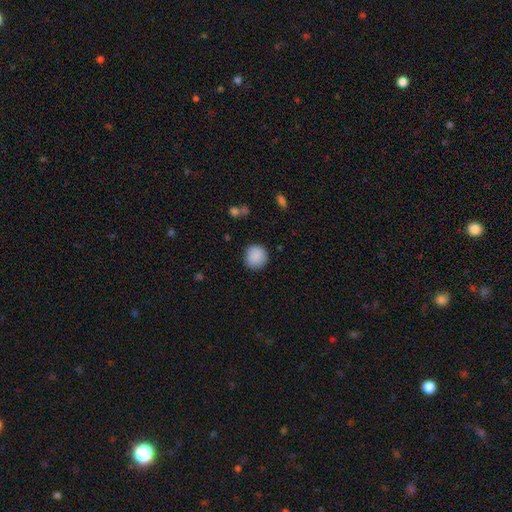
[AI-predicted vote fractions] This is clearly a smooth galaxy (89%). How rounded: clearly round (93%). Merging: clearly none (88%).